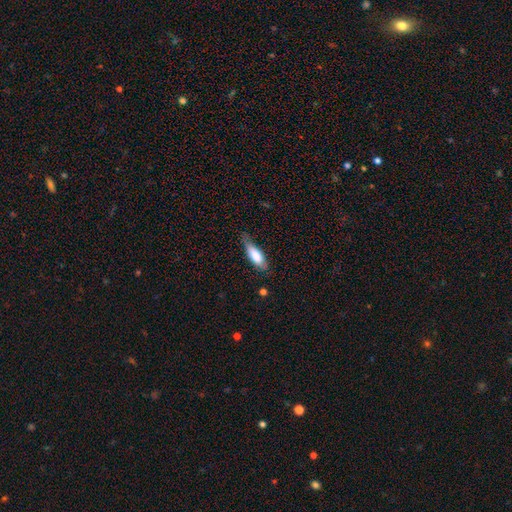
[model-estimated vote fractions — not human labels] This is likely a smooth galaxy (76%). How rounded: possibly in between (58%). Merging: possibly none (53%).